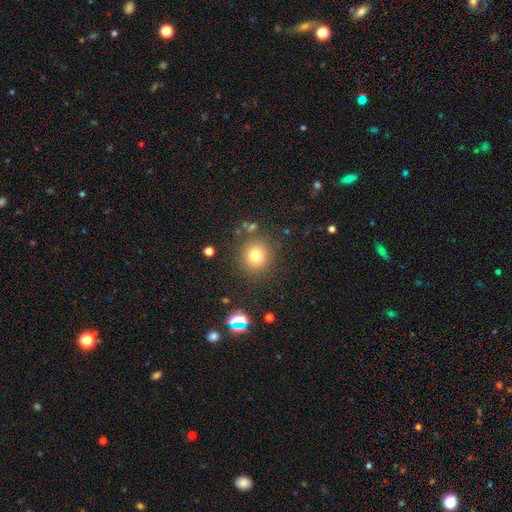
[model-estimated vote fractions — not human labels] Smooth or featured? smooth (77%)
How rounded? round (89%)
Merging? none (85%)